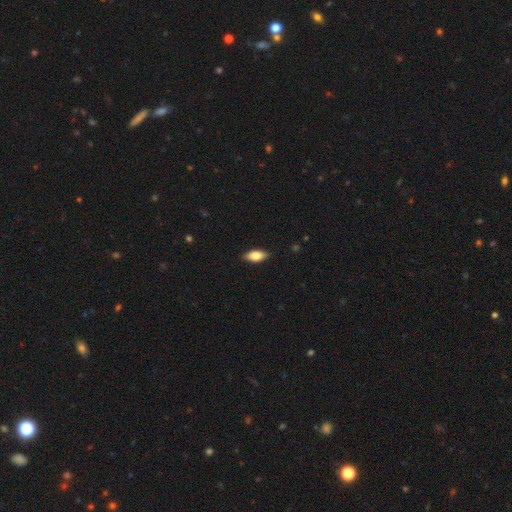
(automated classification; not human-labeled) smooth-or-featured: smooth: 78% | featured or disk: 16% | star or artifact: 6%
  how-rounded: in between: 86% | cigar-shaped: 11% | round: 3%
  merging: none: 88% | minor disturbance: 9% | major disturbance: 2% | merger: 1%